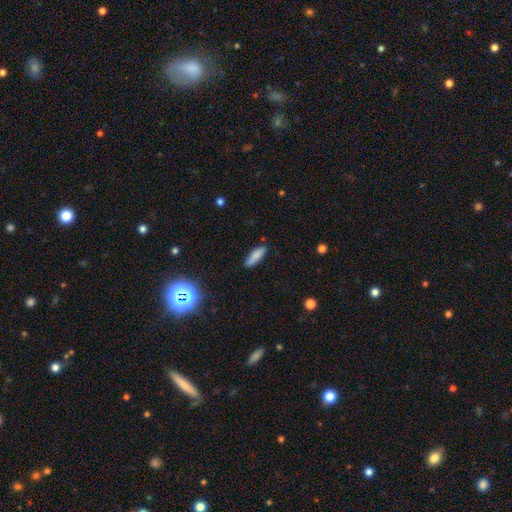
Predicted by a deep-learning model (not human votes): Smooth or featured?
  - smooth: 81% *
  - featured or disk: 12%
  - star or artifact: 8%
How rounded?
  - in between: 54% *
  - cigar-shaped: 44%
  - round: 2%
Merging?
  - none: 83% *
  - minor disturbance: 13%
  - major disturbance: 2%
  - merger: 2%